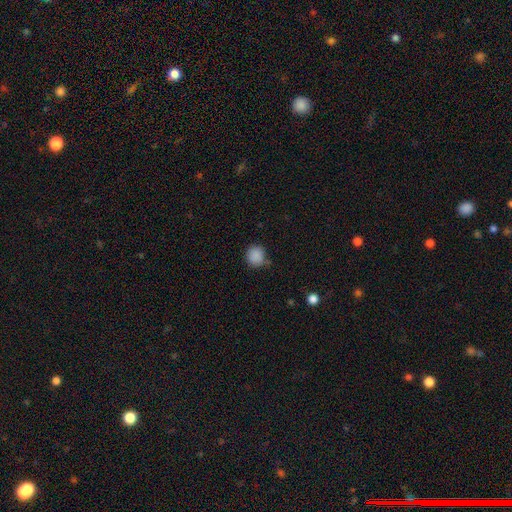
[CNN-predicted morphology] A smooth galaxy with no disk features (87%) that is round (87%).

Vote fractions:
- Smooth or featured? smooth: 87% / star or artifact: 10% / featured or disk: 3%
- How rounded? round: 87% / in between: 12% / cigar-shaped: 1%
- Merging? none: 74% / minor disturbance: 17% / merger: 5% / major disturbance: 4%